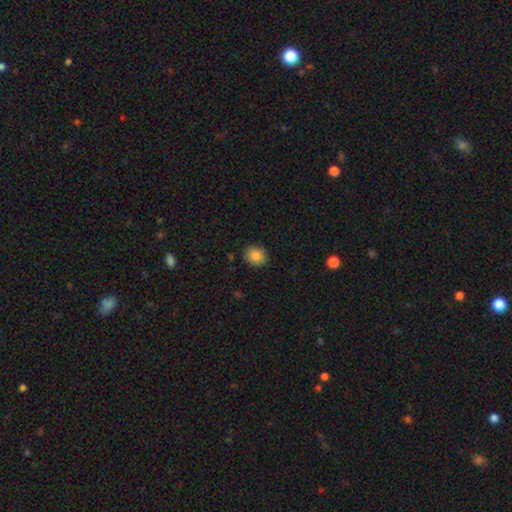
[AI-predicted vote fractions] Q: Smooth or featured?
A: smooth (85%); runner-up: star or artifact (9%)
Q: How rounded?
A: round (70%); runner-up: in between (29%)
Q: Merging?
A: none (89%); runner-up: minor disturbance (8%)